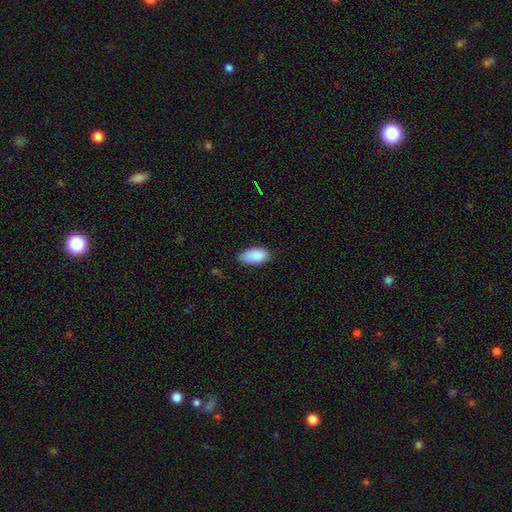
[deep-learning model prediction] smooth_or_featured: smooth (p=0.89) [alt: star or artifact p=0.07]
how_rounded: in between (p=0.92) [alt: cigar-shaped p=0.06]
merging: none (p=0.75) [alt: minor disturbance p=0.20]